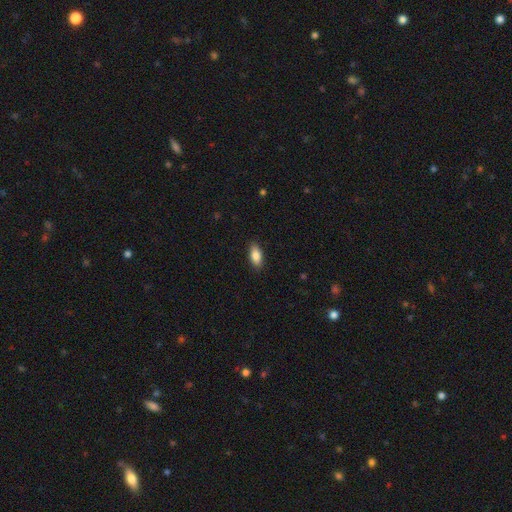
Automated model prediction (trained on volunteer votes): smooth-or-featured: smooth: 86% | featured or disk: 8% | star or artifact: 7%
  how-rounded: in between: 88% | cigar-shaped: 8% | round: 3%
  merging: none: 88% | minor disturbance: 9% | major disturbance: 2% | merger: 1%